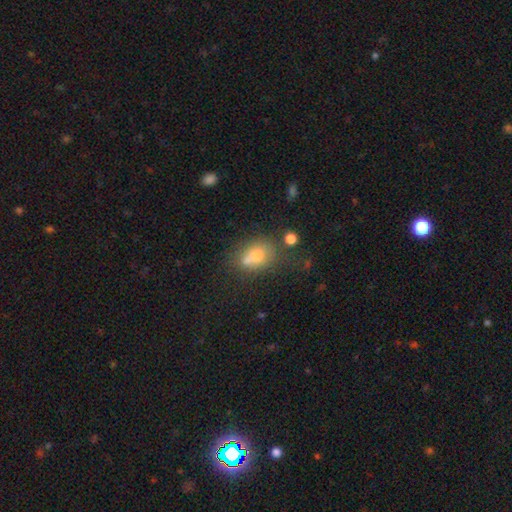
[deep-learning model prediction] Smooth or featured? Predicted: smooth (p=0.68). How rounded? Predicted: in between (p=0.52). Merging? Predicted: none (p=0.40).